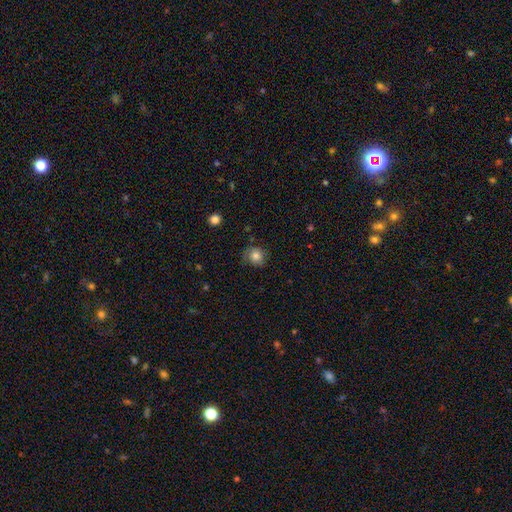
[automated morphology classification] Smooth or featured: smooth — 81% (star or artifact — 11%)
How rounded: round — 83% (in between — 16%)
Merging: none — 73% (minor disturbance — 20%)